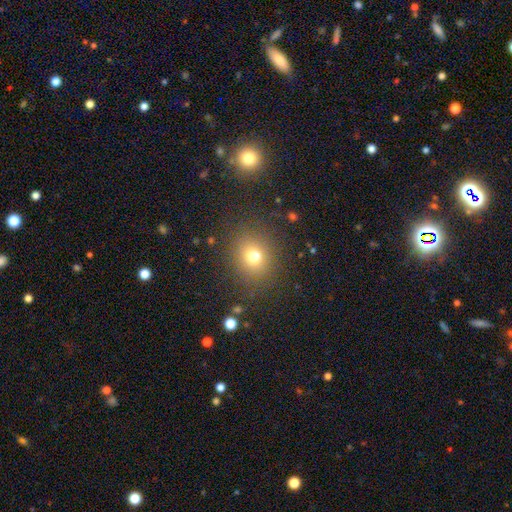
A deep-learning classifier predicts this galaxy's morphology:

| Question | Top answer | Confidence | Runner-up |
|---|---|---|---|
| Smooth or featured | smooth | 74% | star or artifact (17%) |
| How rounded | round | 75% | in between (24%) |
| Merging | none | 85% | minor disturbance (9%) |